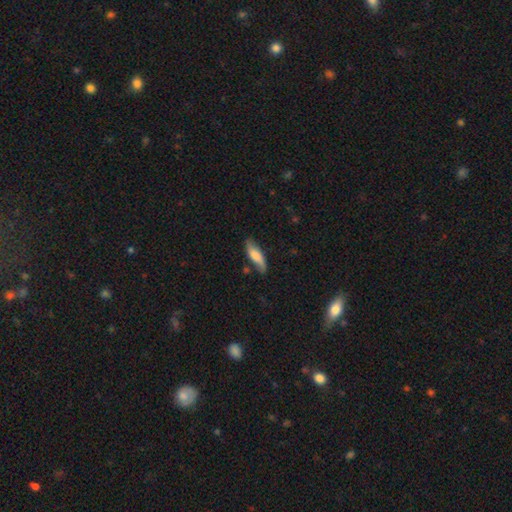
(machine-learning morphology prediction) Overall: smooth (65%; featured or disk 28%). How rounded: in between (52%; cigar-shaped 46%). Merging: none (71%).